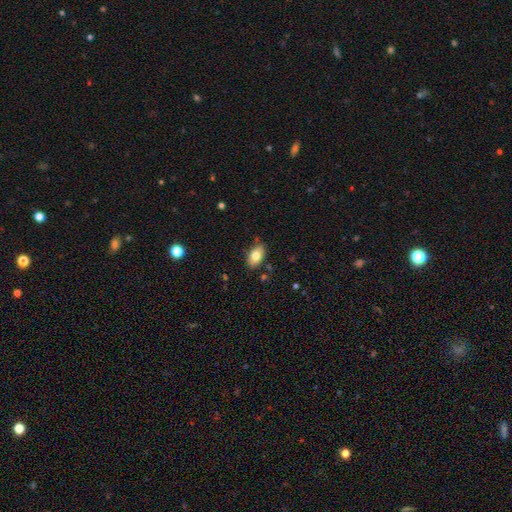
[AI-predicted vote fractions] Smooth or featured? Predicted: smooth (p=0.78). How rounded? Predicted: in between (p=0.92). Merging? Predicted: none (p=0.82).